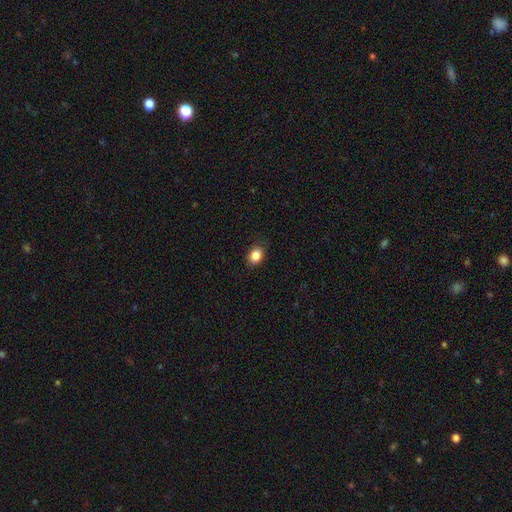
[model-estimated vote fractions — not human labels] Q: Smooth or featured?
A: smooth (85%); runner-up: star or artifact (9%)
Q: How rounded?
A: in between (66%); runner-up: round (33%)
Q: Merging?
A: none (86%); runner-up: minor disturbance (10%)